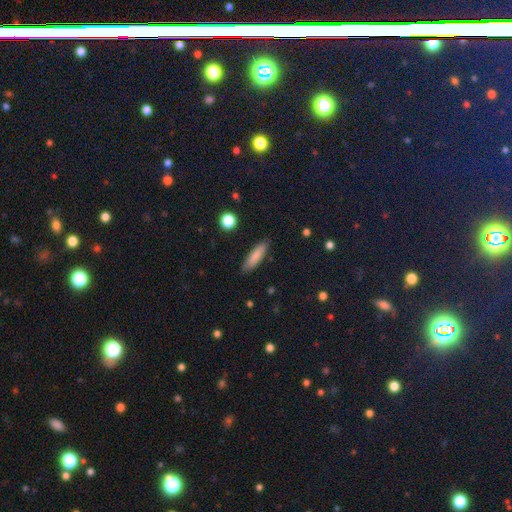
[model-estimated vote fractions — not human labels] Smooth or featured: smooth — 83% (featured or disk — 10%)
How rounded: cigar-shaped — 68% (in between — 31%)
Merging: none — 87% (minor disturbance — 9%)